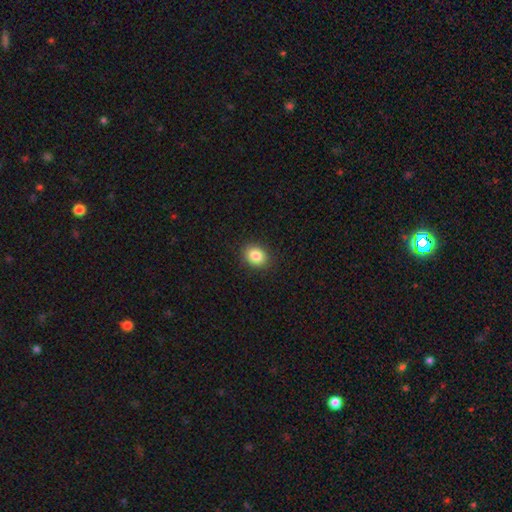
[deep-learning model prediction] smooth-or-featured: smooth: 85% | star or artifact: 9% | featured or disk: 5%
  how-rounded: round: 52% | in between: 47% | cigar-shaped: 1%
  merging: none: 90% | minor disturbance: 7% | major disturbance: 2% | merger: 1%